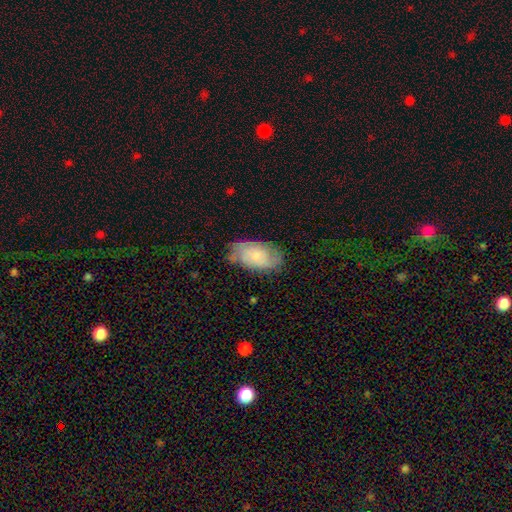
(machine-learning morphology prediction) Smooth or featured? featured or disk (47%)
Merging? none (66%)